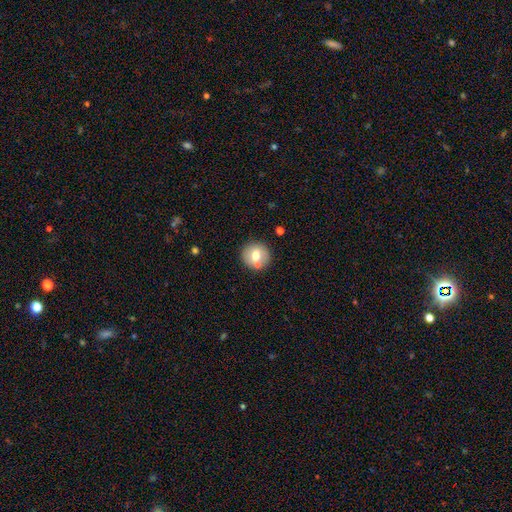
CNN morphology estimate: Smooth or featured?
  - smooth: 68% *
  - featured or disk: 23%
  - star or artifact: 9%
How rounded?
  - round: 93% *
  - in between: 6%
  - cigar-shaped: 1%
Merging?
  - none: 76% *
  - merger: 12%
  - minor disturbance: 9%
  - major disturbance: 3%